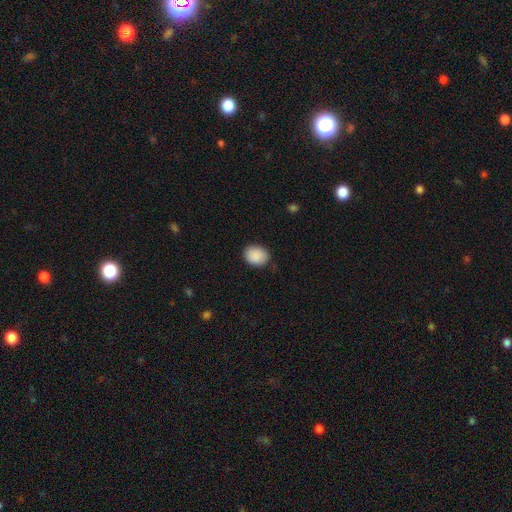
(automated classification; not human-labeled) Smooth or featured? smooth (90%)
How rounded? in between (55%)
Merging? none (83%)